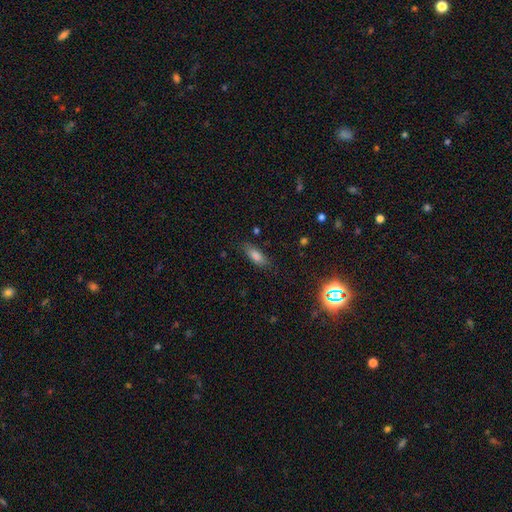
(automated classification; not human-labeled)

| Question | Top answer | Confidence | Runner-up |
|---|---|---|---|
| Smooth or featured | smooth | 77% | featured or disk (12%) |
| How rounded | in between | 70% | cigar-shaped (27%) |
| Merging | none | 79% | minor disturbance (15%) |